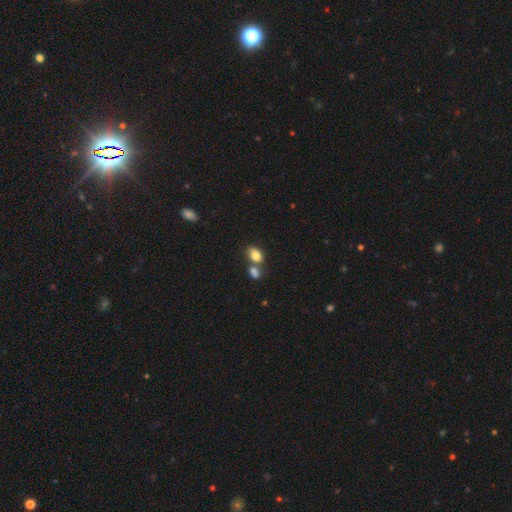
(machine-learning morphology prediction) Smooth or featured? Predicted: smooth (p=0.82). How rounded? Predicted: in between (p=0.81). Merging? Predicted: merger (p=0.44).